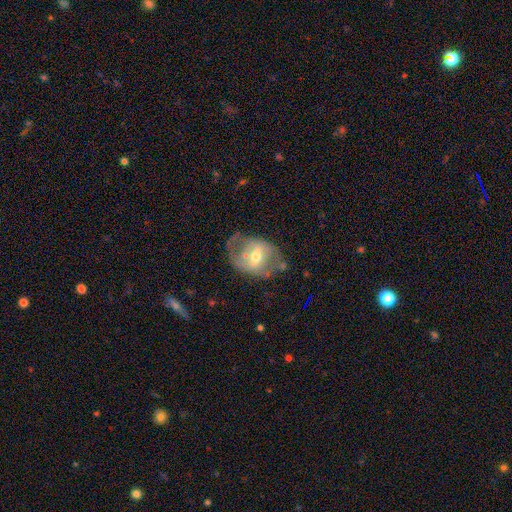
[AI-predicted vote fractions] Overall: featured or disk (68%). Edge-on disk: no (94%). Bar: weak (40%; strong 36%). Spiral arms: yes (55%; no 45%). Bulge size: moderate (61%; small 32%). Merging: none (50%; minor disturbance 24%).